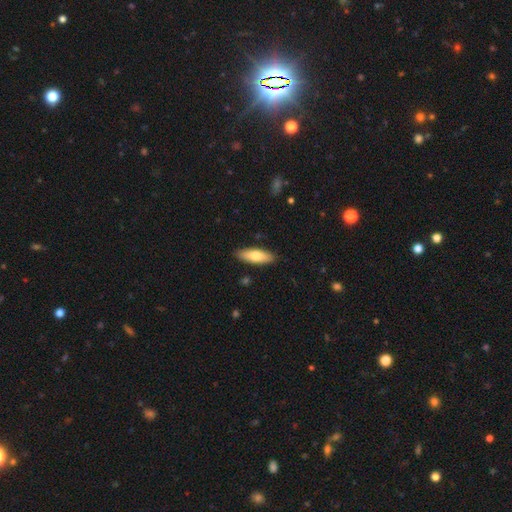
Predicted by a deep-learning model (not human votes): smooth 72%, featured or disk 22%, star or artifact 6%. Down the decision tree: how rounded — in between (51%); merging — none (89%).